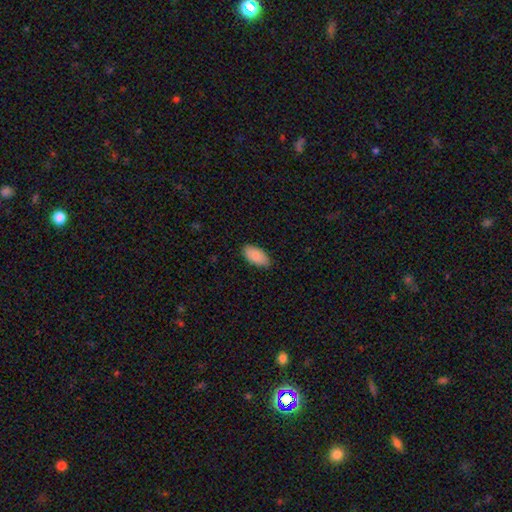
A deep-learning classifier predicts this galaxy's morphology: Smooth or featured?
  - smooth: 88% *
  - featured or disk: 6%
  - star or artifact: 6%
How rounded?
  - in between: 95% *
  - cigar-shaped: 3%
  - round: 2%
Merging?
  - none: 85% *
  - minor disturbance: 12%
  - major disturbance: 2%
  - merger: 1%